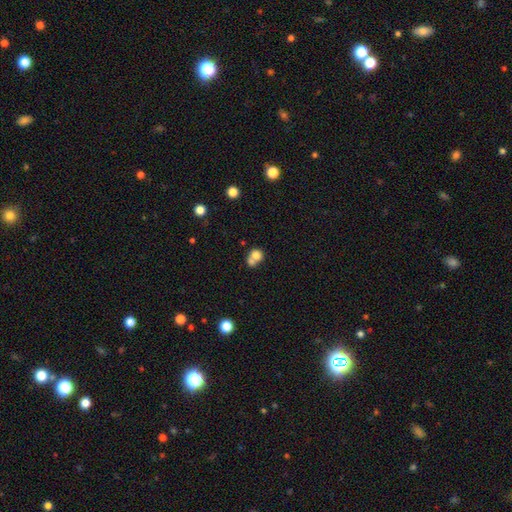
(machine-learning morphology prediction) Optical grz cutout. It shows a smooth galaxy with no disk features (75%) that is round (74%). Merging: merger (57%).